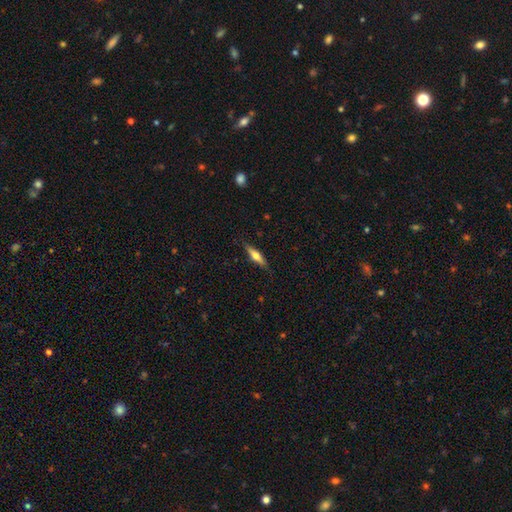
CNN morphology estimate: This is possibly a featured or disk galaxy (50%). Merging: clearly none (86%).